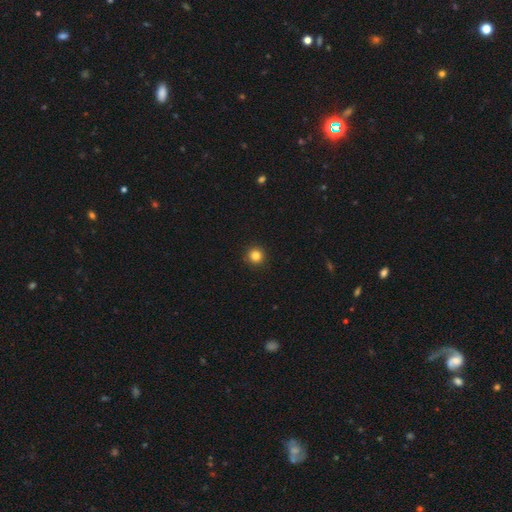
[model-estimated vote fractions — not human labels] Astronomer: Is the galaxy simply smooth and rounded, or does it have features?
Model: smooth — 83%.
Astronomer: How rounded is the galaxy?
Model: round — 96%.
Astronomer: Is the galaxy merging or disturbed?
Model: none — 93%.